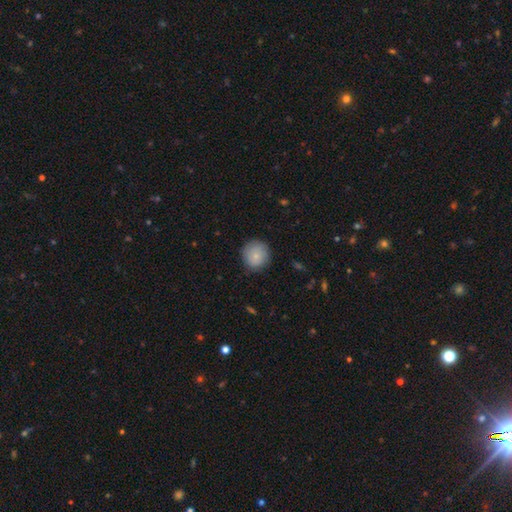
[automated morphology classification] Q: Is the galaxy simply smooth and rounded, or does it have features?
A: smooth — 79%.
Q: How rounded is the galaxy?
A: round — 93%.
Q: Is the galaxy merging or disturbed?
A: none — 82%.